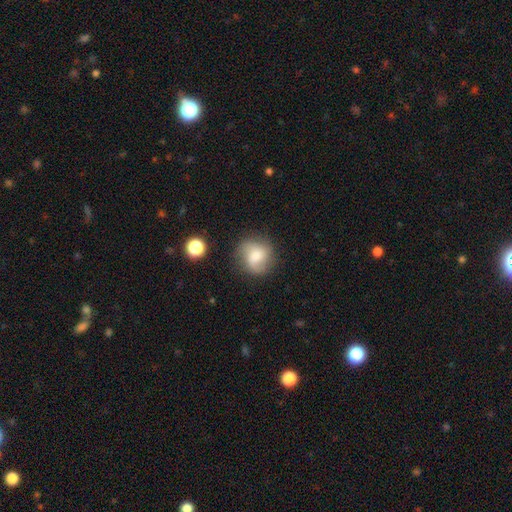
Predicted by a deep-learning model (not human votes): A smooth galaxy with no disk features (55%) that is round (82%).

Vote fractions:
- Smooth or featured? smooth: 55% / featured or disk: 35% / star or artifact: 10%
- How rounded? round: 82% / in between: 17% / cigar-shaped: 1%
- Merging? none: 71% / minor disturbance: 19% / major disturbance: 8% / merger: 3%